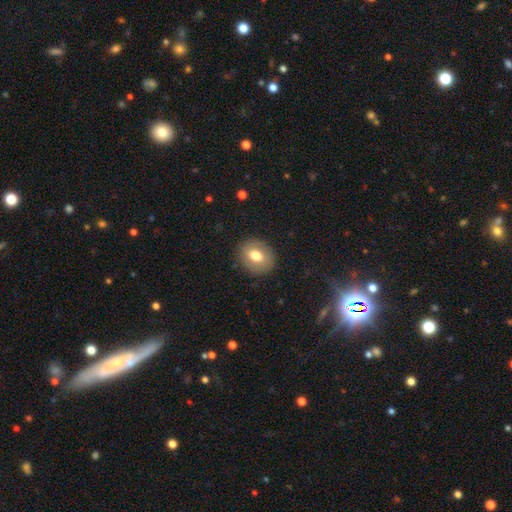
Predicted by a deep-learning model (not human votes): The model was most divided on "how rounded": round: 57%, in between: 42%, cigar-shaped: 1%. More confident: merging — none (87%); smooth or featured — smooth (70%).